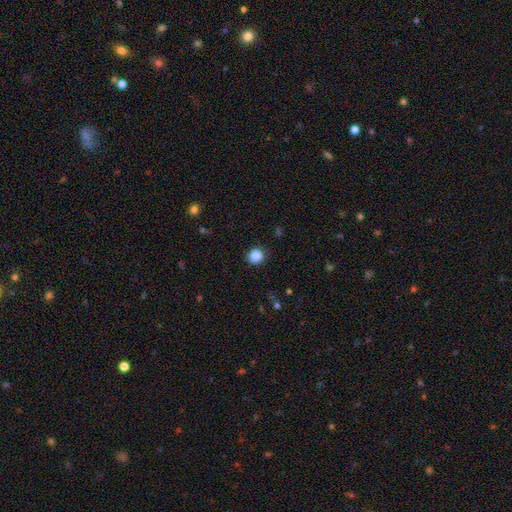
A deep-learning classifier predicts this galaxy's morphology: The model was most divided on "how rounded": round: 88%, in between: 11%, cigar-shaped: 1%. More confident: merging — none (87%); smooth or featured — smooth (87%).